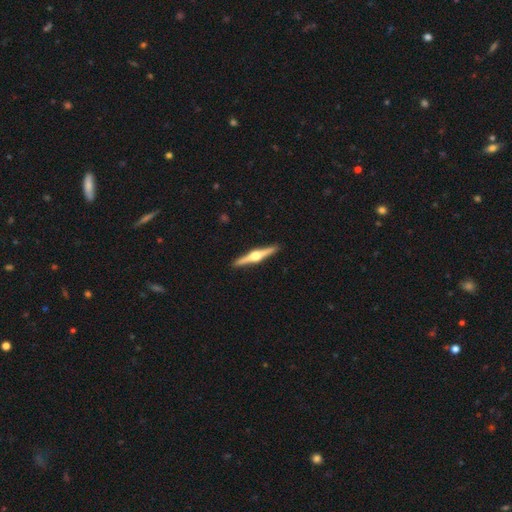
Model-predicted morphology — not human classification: featured or disk 83%, smooth 13%, star or artifact 4%. Down the decision tree: edge-on disk — yes (99%); edge-on bulge — rounded (96%); merging — none (93%).